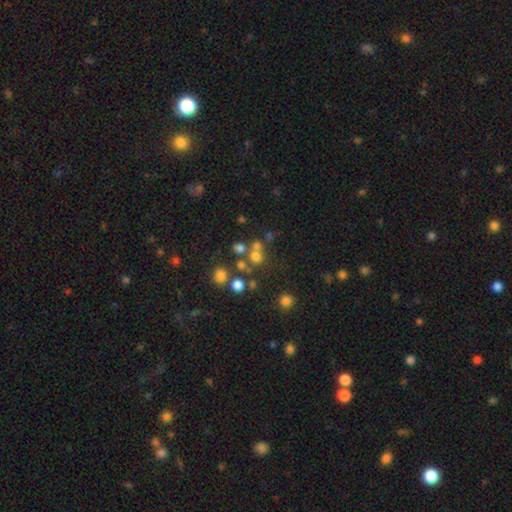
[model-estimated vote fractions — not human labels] Smooth or featured? smooth (60%)
How rounded? round (85%)
Merging? none (56%)